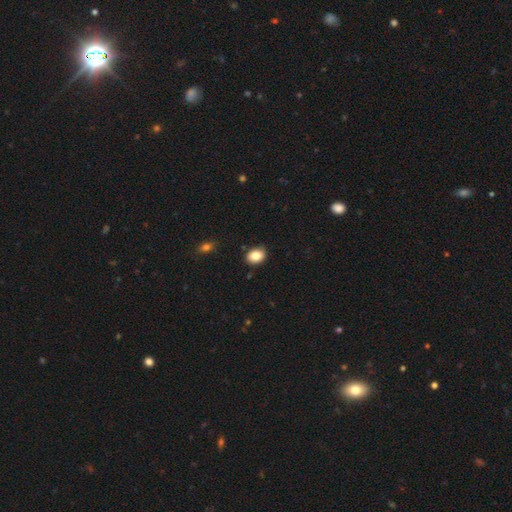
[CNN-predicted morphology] smooth_or_featured: smooth (p=0.85) [alt: star or artifact p=0.08]
how_rounded: in between (p=0.71) [alt: round p=0.28]
merging: none (p=0.87) [alt: minor disturbance p=0.09]